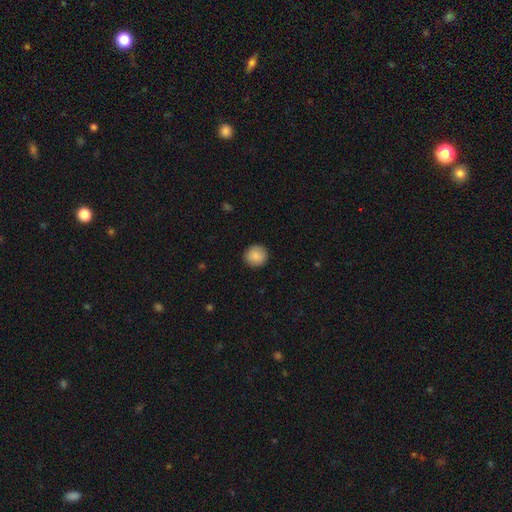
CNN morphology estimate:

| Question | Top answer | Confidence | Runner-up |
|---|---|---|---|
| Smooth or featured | smooth | 87% | star or artifact (8%) |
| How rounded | round | 92% | in between (7%) |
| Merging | none | 92% | minor disturbance (6%) |